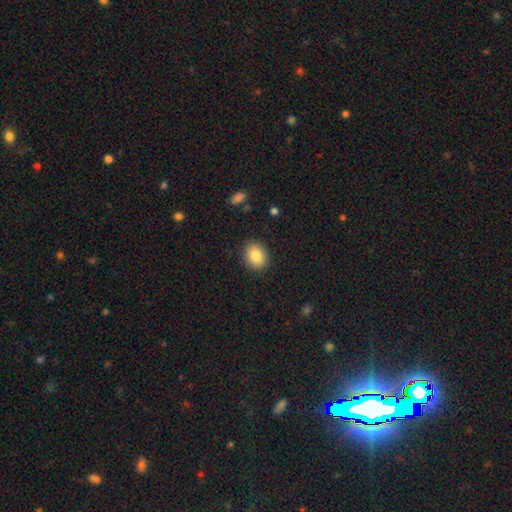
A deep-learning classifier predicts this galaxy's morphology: type=smooth (84%); roundness=in between (51%); merging=none (89%).